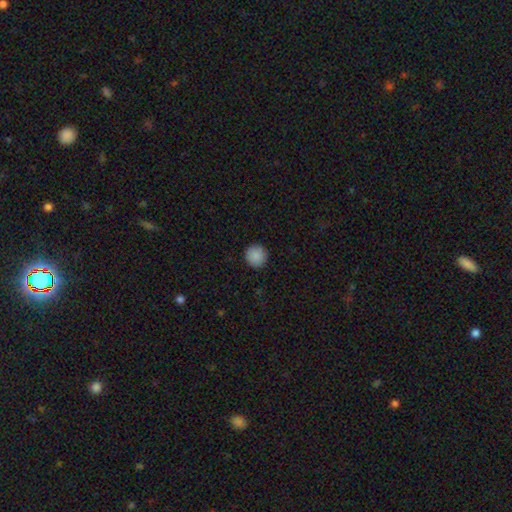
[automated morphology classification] This appears to be a smooth galaxy with no disk features (89%) that is round (96%). Merging: none (92%).